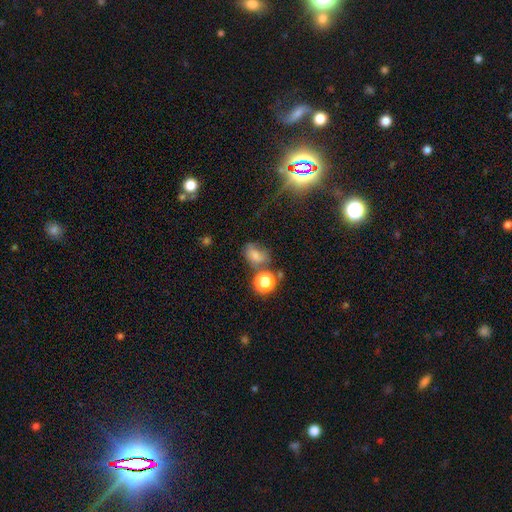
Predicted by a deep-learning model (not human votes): A smooth galaxy with no disk features (64%) that is in between round and cigar-shaped (61%).

Vote fractions:
- Smooth or featured? smooth: 64% / star or artifact: 20% / featured or disk: 16%
- How rounded? in between: 61% / round: 38% / cigar-shaped: 1%
- Merging? none: 49% / minor disturbance: 22% / merger: 17% / major disturbance: 12%